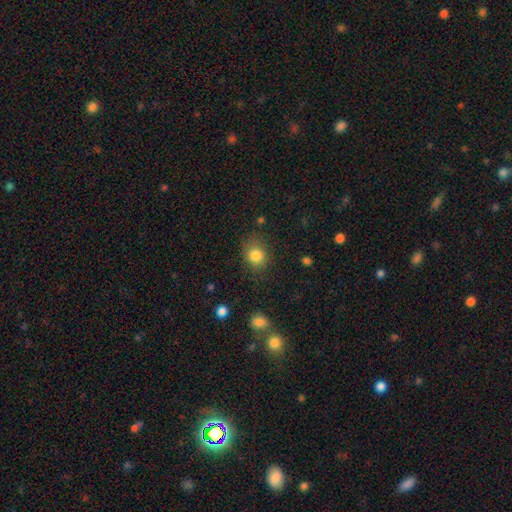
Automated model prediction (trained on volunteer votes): Q: Smooth or featured?
A: smooth (83%); runner-up: star or artifact (11%)
Q: How rounded?
A: round (66%); runner-up: in between (33%)
Q: Merging?
A: none (77%); runner-up: minor disturbance (16%)